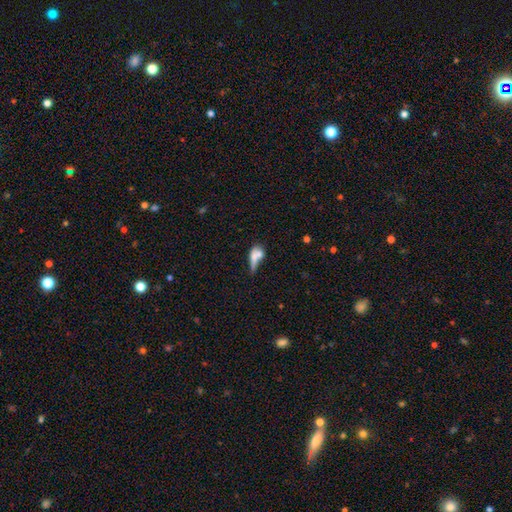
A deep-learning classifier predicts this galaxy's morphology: type=smooth (63%); roundness=in between (54%); merging=merger (41%).